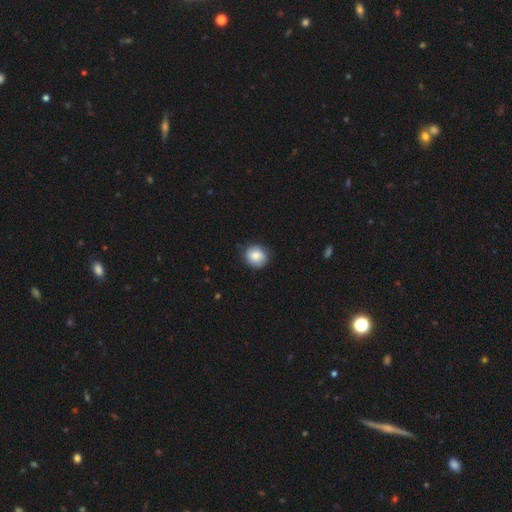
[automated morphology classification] This is clearly a smooth galaxy (83%). How rounded: clearly round (82%). Merging: clearly none (82%).